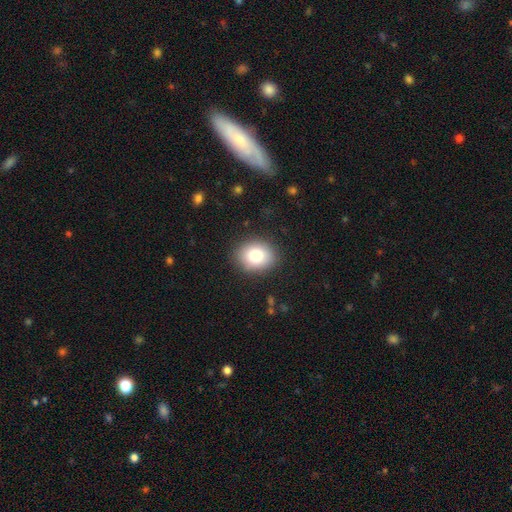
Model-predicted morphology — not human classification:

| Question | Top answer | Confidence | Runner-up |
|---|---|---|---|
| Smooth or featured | smooth | 81% | featured or disk (10%) |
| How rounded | round | 54% | in between (45%) |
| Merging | none | 87% | minor disturbance (9%) |